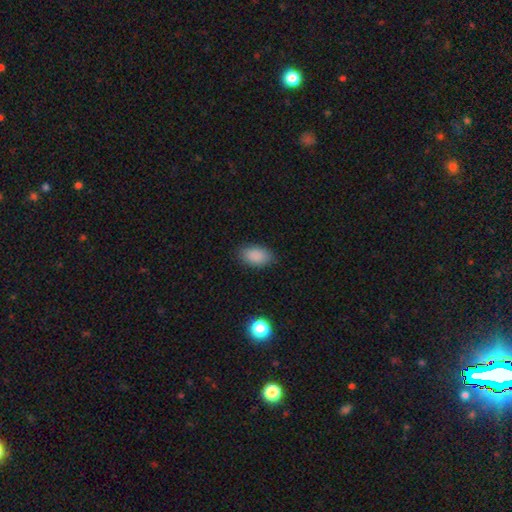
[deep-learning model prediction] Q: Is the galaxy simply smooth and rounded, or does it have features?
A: smooth — 88%.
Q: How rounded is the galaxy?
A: in between — 91%.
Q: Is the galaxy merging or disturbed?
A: none — 86%.